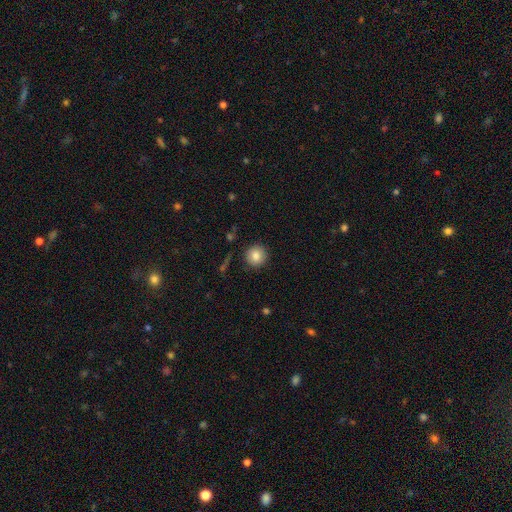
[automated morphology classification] Overall: smooth (83%). How rounded: round (94%). Merging: none (89%).